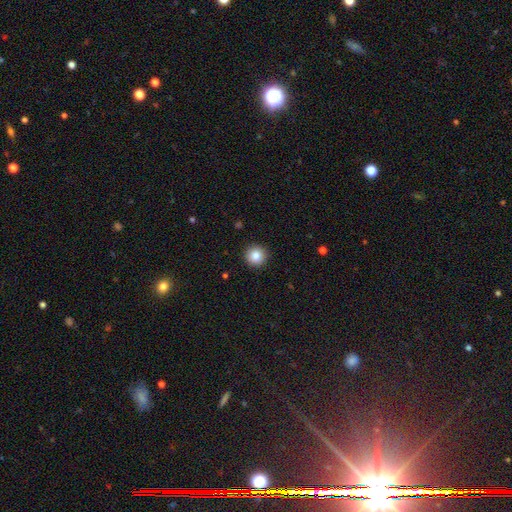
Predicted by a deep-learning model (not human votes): A smooth galaxy with no disk features (84%) that is round (96%).

Vote fractions:
- Smooth or featured? smooth: 84% / star or artifact: 10% / featured or disk: 7%
- How rounded? round: 96% / in between: 3% / cigar-shaped: 1%
- Merging? none: 93% / minor disturbance: 5% / major disturbance: 2% / merger: 1%